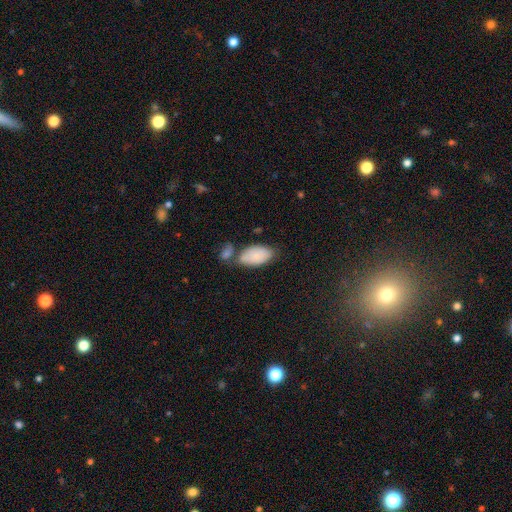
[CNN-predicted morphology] A smooth galaxy with no disk features (83%) that is in between round and cigar-shaped (95%).

Vote fractions:
- Smooth or featured? smooth: 83% / featured or disk: 10% / star or artifact: 6%
- How rounded? in between: 95% / round: 3% / cigar-shaped: 2%
- Merging? none: 47% / merger: 27% / minor disturbance: 19% / major disturbance: 7%